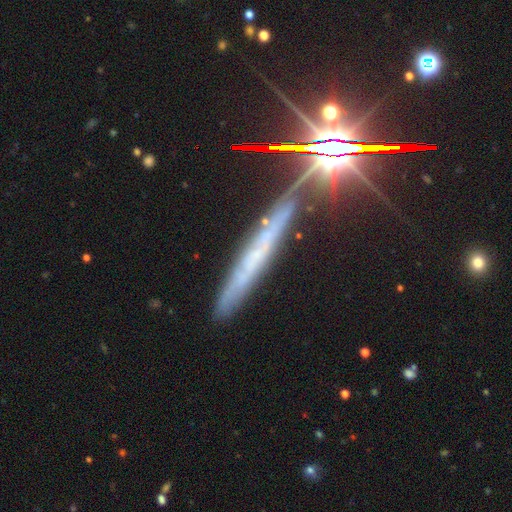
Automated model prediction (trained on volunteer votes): A featured or disk galaxy (54%) viewed edge-on (88%). Merging: none (81%).